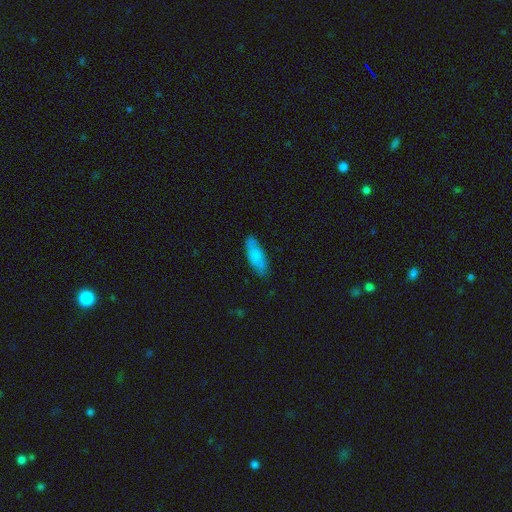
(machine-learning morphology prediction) A smooth galaxy with no disk features (77%) that is in between round and cigar-shaped (65%).

Vote fractions:
- Smooth or featured? smooth: 77% / featured or disk: 17% / star or artifact: 6%
- How rounded? in between: 65% / cigar-shaped: 34% / round: 2%
- Merging? none: 78% / minor disturbance: 17% / major disturbance: 3% / merger: 2%